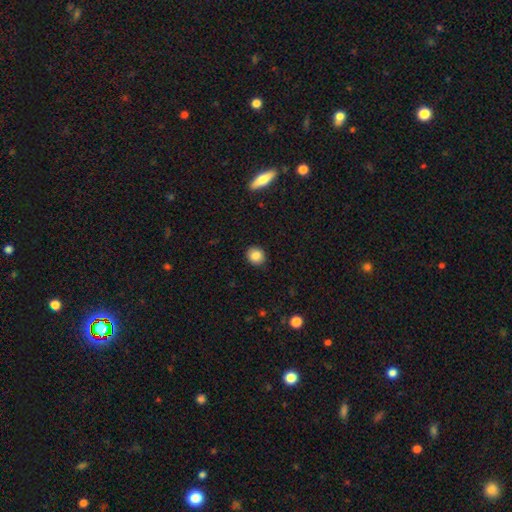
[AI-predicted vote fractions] Smooth or featured?
  - smooth: 86% *
  - star or artifact: 9%
  - featured or disk: 5%
How rounded?
  - round: 83% *
  - in between: 16%
  - cigar-shaped: 1%
Merging?
  - none: 90% *
  - minor disturbance: 7%
  - major disturbance: 2%
  - merger: 1%